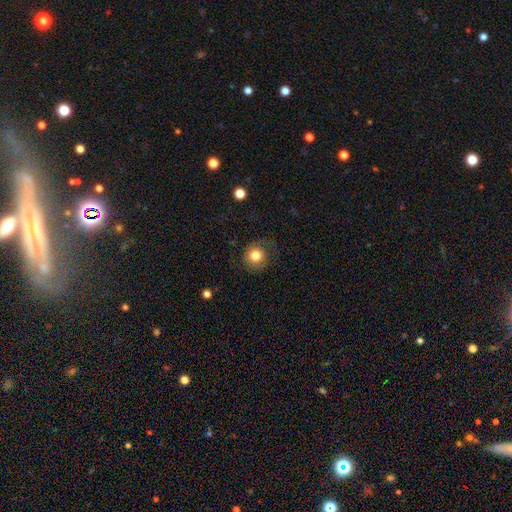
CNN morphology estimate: This appears to be a smooth galaxy with no disk features (80%) that is round (91%). Merging: none (76%).